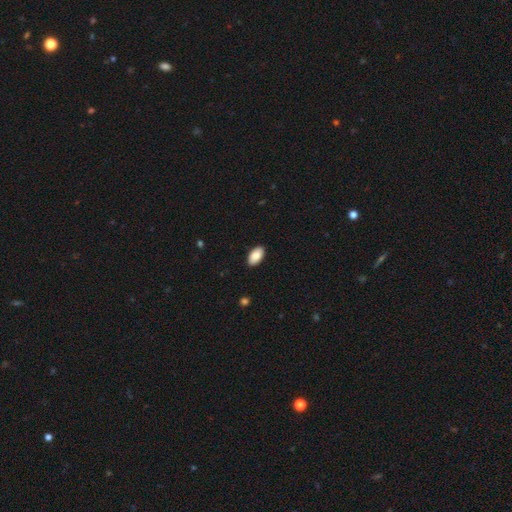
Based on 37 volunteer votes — Morphology: type=smooth (78%); roundness=in between (100%); merging=none (88%).